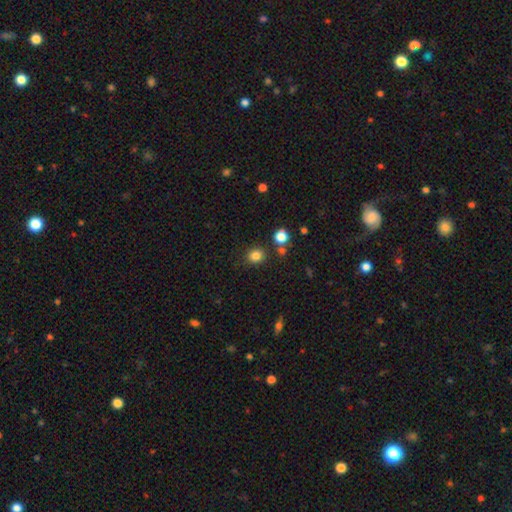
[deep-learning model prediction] Smooth or featured?
  - smooth: 83% *
  - star or artifact: 13%
  - featured or disk: 5%
How rounded?
  - round: 82% *
  - in between: 17%
  - cigar-shaped: 1%
Merging?
  - none: 84% *
  - minor disturbance: 8%
  - merger: 5%
  - major disturbance: 3%